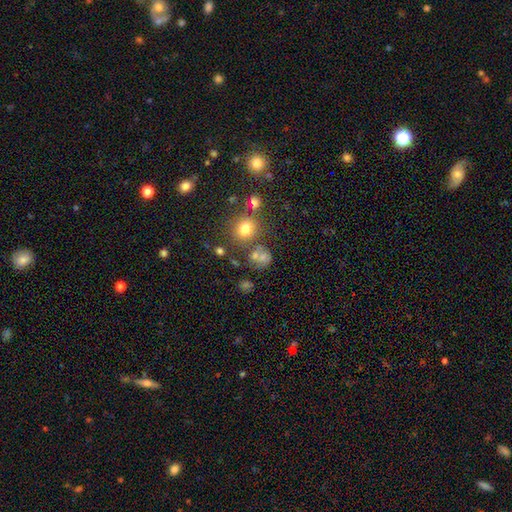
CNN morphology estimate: Smooth or featured? smooth (60%)
How rounded? round (77%)
Merging? none (63%)